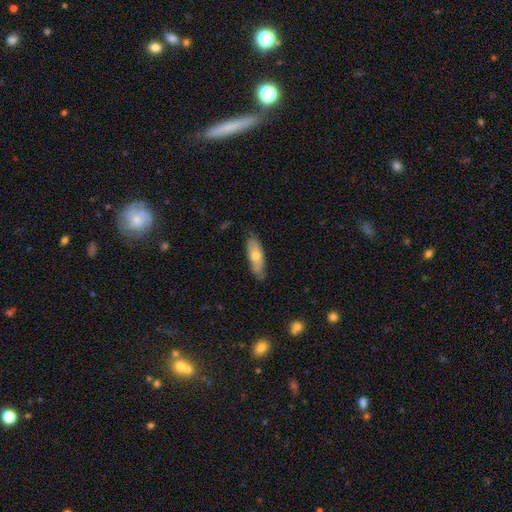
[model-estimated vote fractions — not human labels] Overall: smooth (63%; featured or disk 31%). How rounded: in between (67%; cigar-shaped 30%). Merging: none (75%).